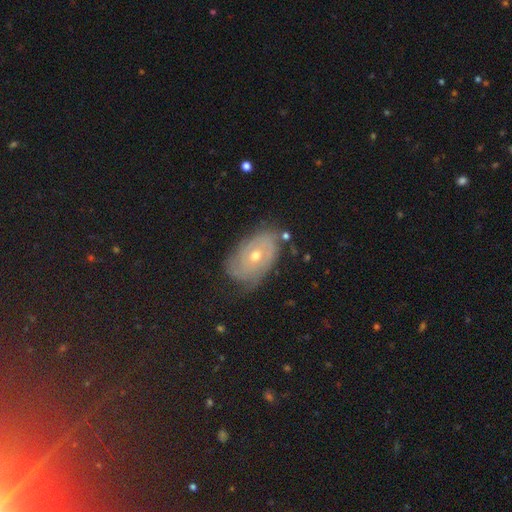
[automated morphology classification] Smooth or featured? Predicted: featured or disk (p=0.71). Edge-on disk? Predicted: no (p=0.94). Bar? Predicted: no (p=0.81). Spiral arms? Predicted: yes (p=0.80). Spiral winding? Predicted: tight (p=0.70). Spiral arm count? Predicted: can't tell (p=0.51). Bulge size? Predicted: moderate (p=0.64). Merging? Predicted: none (p=0.66).